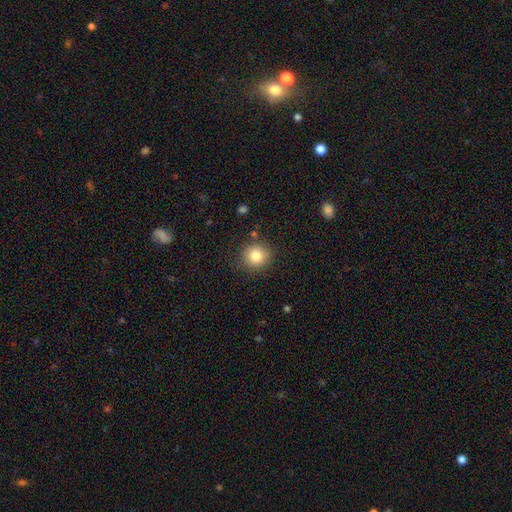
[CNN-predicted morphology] Smooth or featured? smooth (83%)
How rounded? round (91%)
Merging? none (86%)